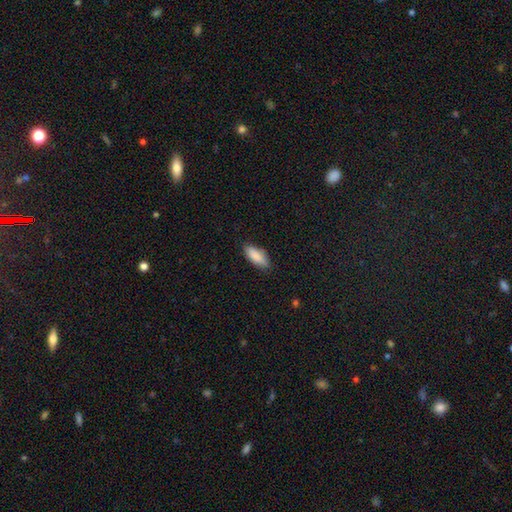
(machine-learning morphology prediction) smooth_or_featured: smooth (p=0.88) [alt: star or artifact p=0.06]
how_rounded: in between (p=0.78) [alt: cigar-shaped p=0.20]
merging: none (p=0.81) [alt: minor disturbance p=0.15]